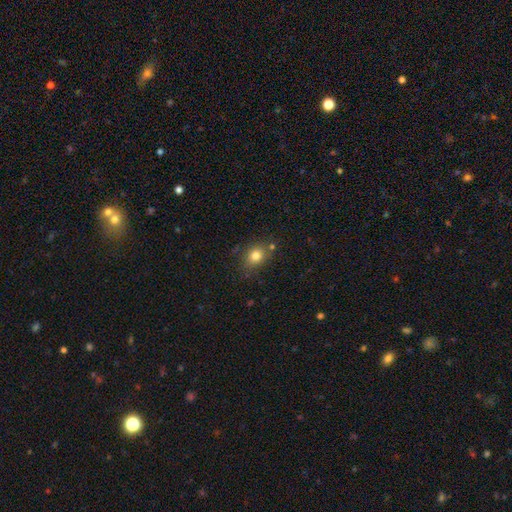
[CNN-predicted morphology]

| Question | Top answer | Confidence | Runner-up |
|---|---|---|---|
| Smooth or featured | smooth | 79% | star or artifact (11%) |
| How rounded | round | 50% | in between (49%) |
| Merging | none | 74% | minor disturbance (16%) |